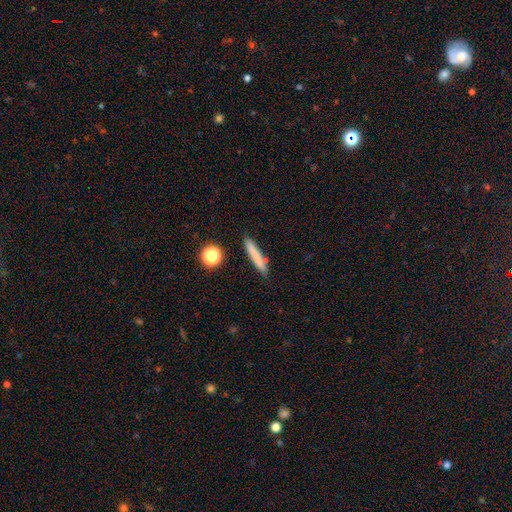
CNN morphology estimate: type=smooth (75%); roundness=cigar-shaped (92%); merging=none (84%).